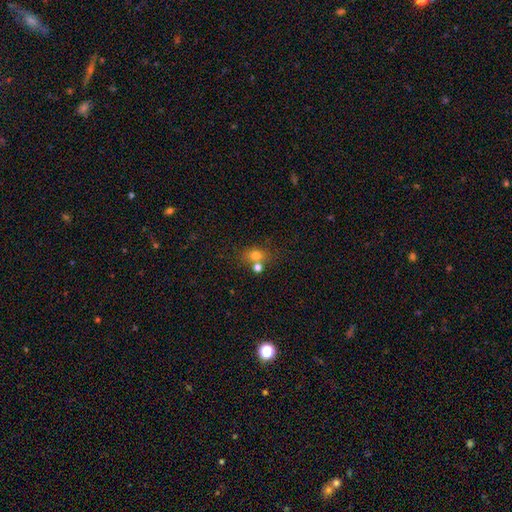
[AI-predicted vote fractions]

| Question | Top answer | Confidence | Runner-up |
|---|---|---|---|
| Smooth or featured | smooth | 74% | star or artifact (14%) |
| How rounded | round | 58% | in between (40%) |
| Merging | none | 51% | merger (33%) |